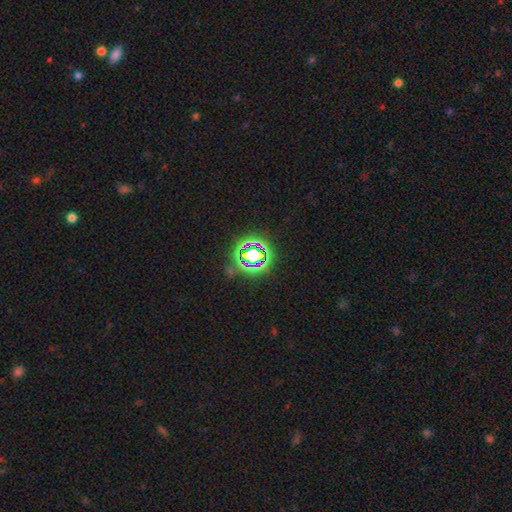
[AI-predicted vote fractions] This is likely a star or artifact rather than a galaxy (66%).